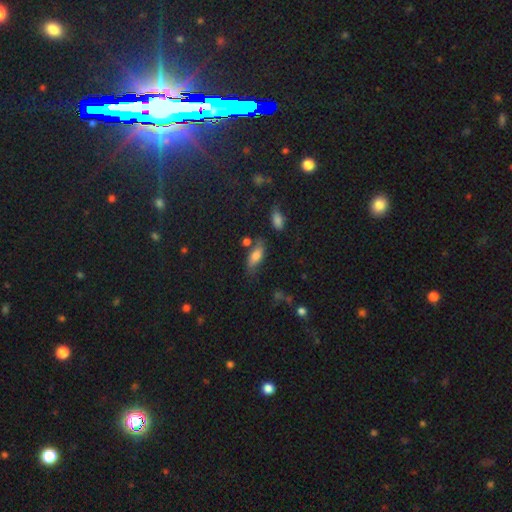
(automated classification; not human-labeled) Overall: smooth (71%). How rounded: in between (75%). Merging: none (60%; minor disturbance 24%).